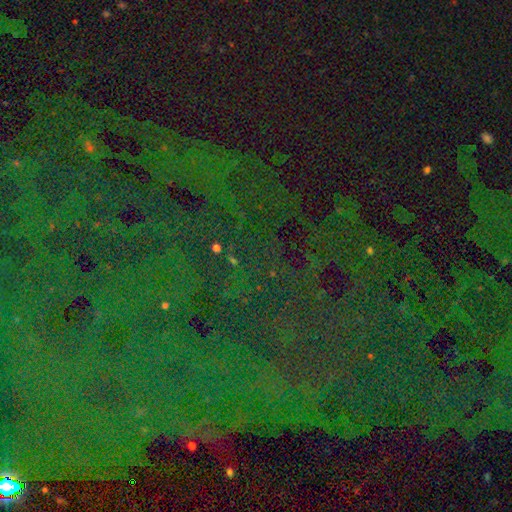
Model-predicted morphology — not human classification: A star or artifact, not a galaxy (83%).

Vote fractions:
- Smooth or featured? star or artifact: 83% / smooth: 9% / featured or disk: 8%